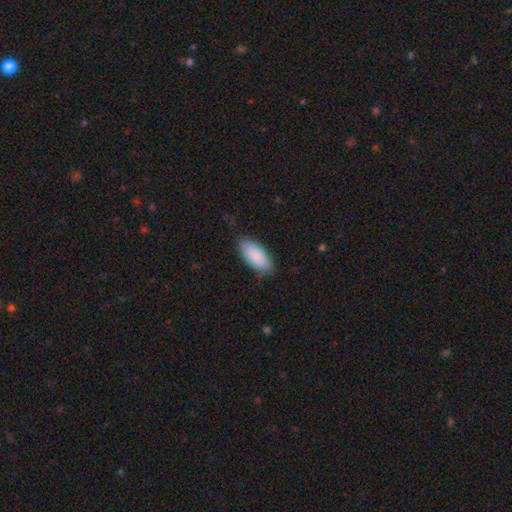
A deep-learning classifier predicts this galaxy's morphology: Smooth or featured: smooth — 89% (featured or disk — 6%)
How rounded: in between — 90% (cigar-shaped — 9%)
Merging: none — 83% (minor disturbance — 14%)